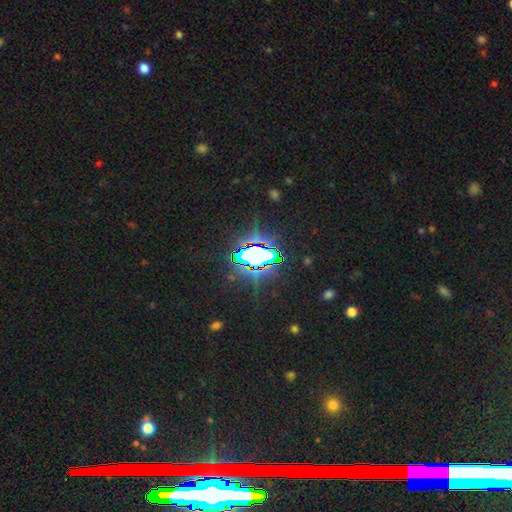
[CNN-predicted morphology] smooth-or-featured: star or artifact: 71% | smooth: 18% | featured or disk: 11%